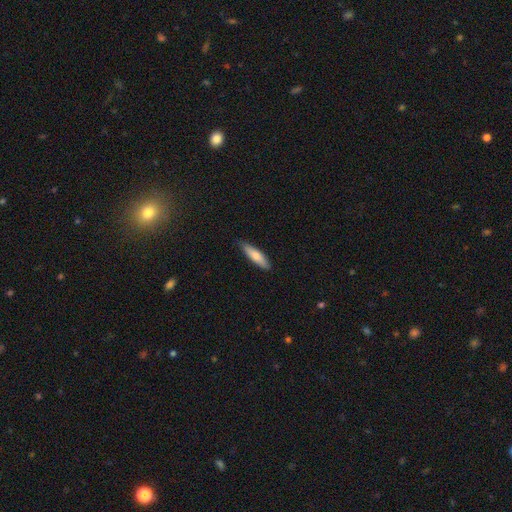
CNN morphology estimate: smooth_or_featured: smooth (p=0.75) [alt: featured or disk p=0.19]
how_rounded: cigar-shaped (p=0.71) [alt: in between p=0.27]
merging: none (p=0.84) [alt: minor disturbance p=0.13]